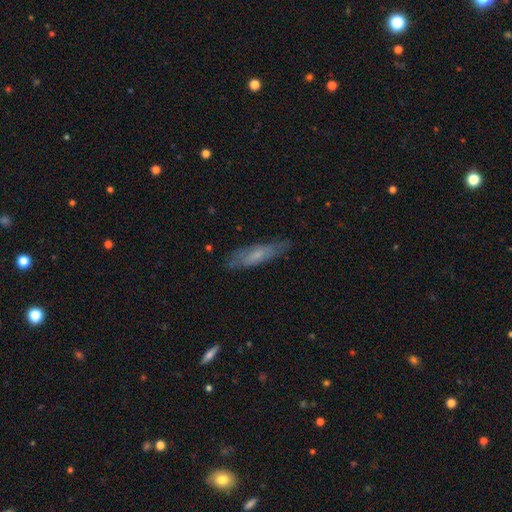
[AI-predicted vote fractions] Morphology: type=smooth (51%); roundness=cigar-shaped (68%); merging=none (75%).